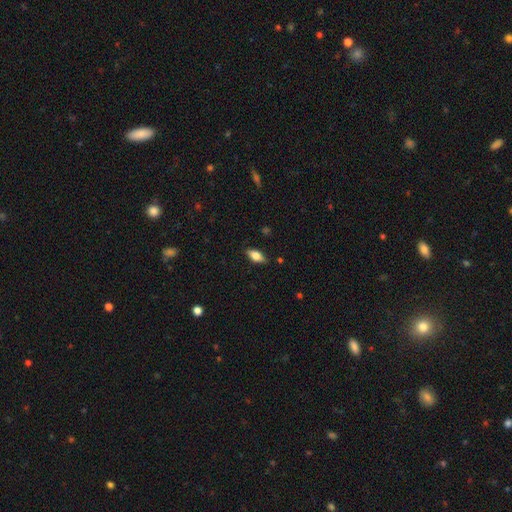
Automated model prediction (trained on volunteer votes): The model was most divided on "smooth or featured": smooth: 64%, featured or disk: 29%, star or artifact: 7%. More confident: merging — none (85%); how rounded — in between (81%).